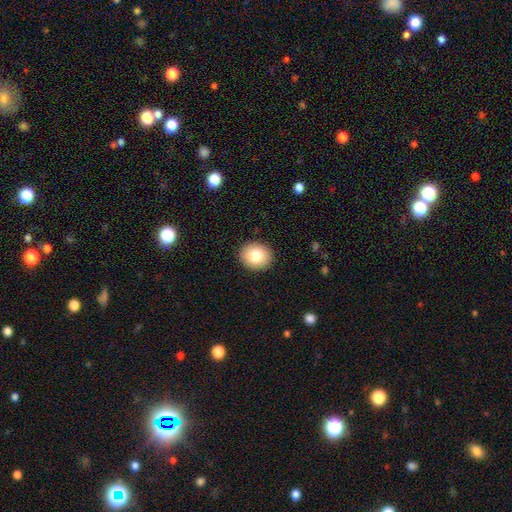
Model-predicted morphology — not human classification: smooth_or_featured: smooth (p=0.80) [alt: featured or disk p=0.12]
how_rounded: round (p=0.75) [alt: in between p=0.24]
merging: none (p=0.91) [alt: minor disturbance p=0.06]